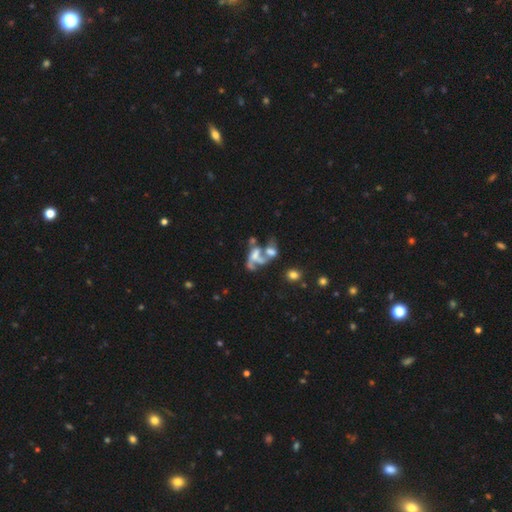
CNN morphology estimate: This appears to be a featured or disk galaxy (58%) with no bar (78%), no spiral arms (68%) and no central bulge (43%). Merging: merger (54%).